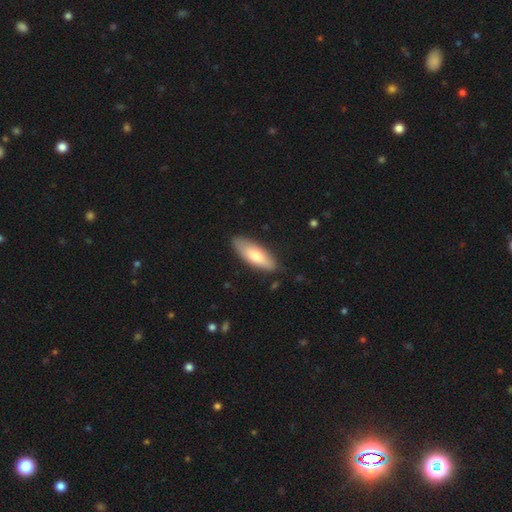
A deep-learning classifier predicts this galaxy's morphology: A smooth galaxy with no disk features (74%) that is in between round and cigar-shaped (65%).

Vote fractions:
- Smooth or featured? smooth: 74% / featured or disk: 21% / star or artifact: 5%
- How rounded? in between: 65% / cigar-shaped: 33% / round: 2%
- Merging? none: 84% / minor disturbance: 13% / major disturbance: 2% / merger: 1%